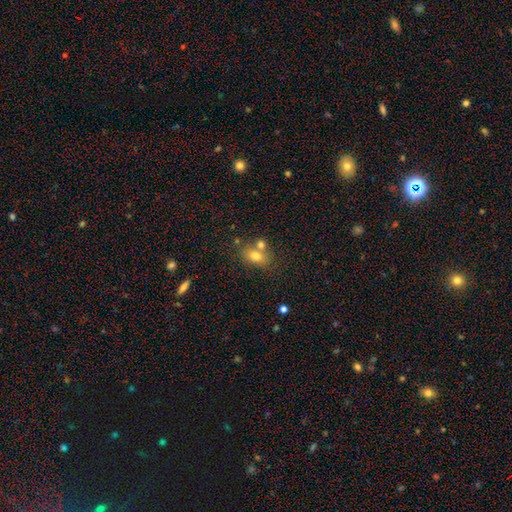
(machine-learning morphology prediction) type=smooth (75%); roundness=in between (78%); merging=none (55%).